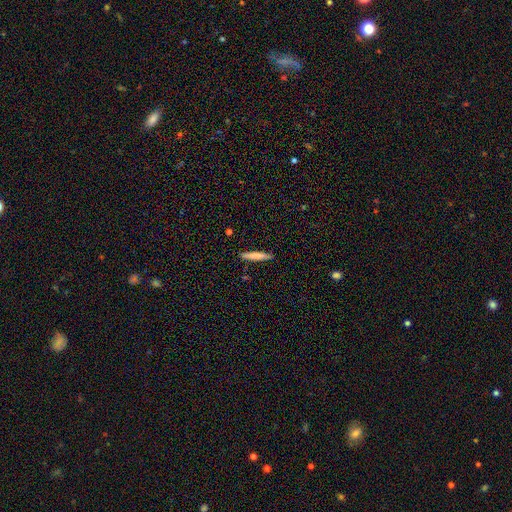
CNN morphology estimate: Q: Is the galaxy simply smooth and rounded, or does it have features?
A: smooth — 72%.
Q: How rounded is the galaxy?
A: cigar-shaped — 93%.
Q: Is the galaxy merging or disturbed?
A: none — 89%.